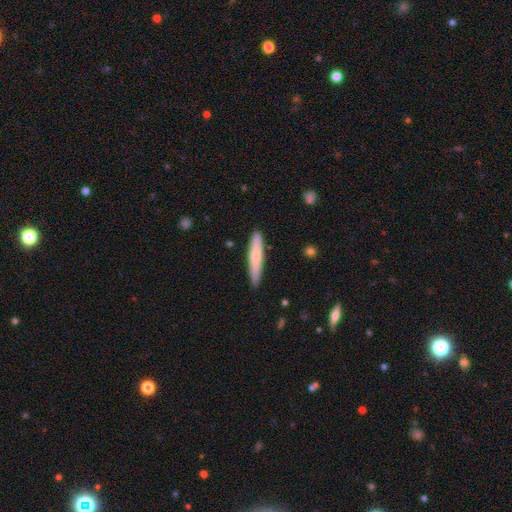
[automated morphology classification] type=smooth (66%); roundness=cigar-shaped (90%); merging=none (87%).